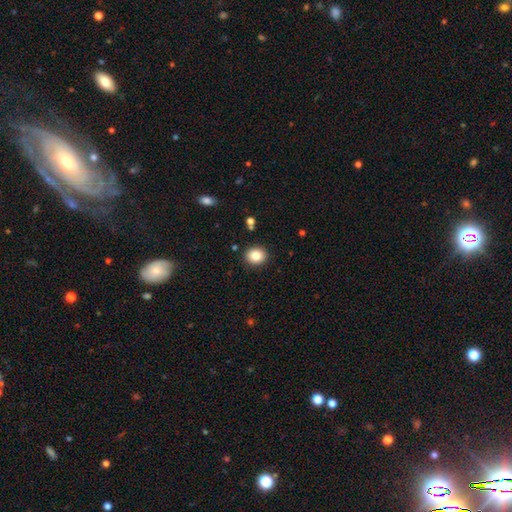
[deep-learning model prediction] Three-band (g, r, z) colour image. It shows a smooth galaxy with no disk features (84%) that is round (75%). Merging: none (90%).